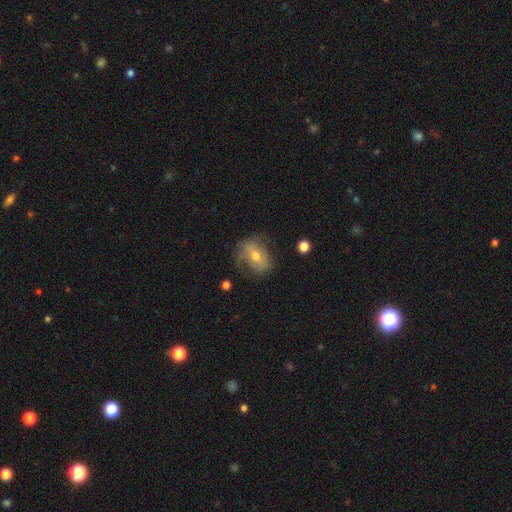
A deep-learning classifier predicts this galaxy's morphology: Smooth or featured?
  - featured or disk: 47% *
  - smooth: 44%
  - star or artifact: 9%
Merging?
  - none: 56% *
  - minor disturbance: 27%
  - major disturbance: 15%
  - merger: 2%